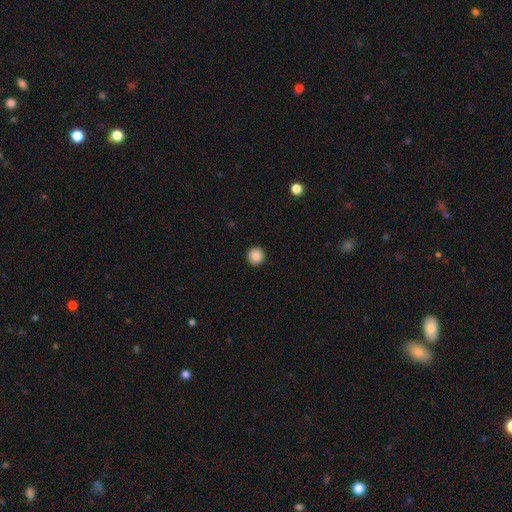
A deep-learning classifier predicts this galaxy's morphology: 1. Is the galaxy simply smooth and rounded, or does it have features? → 88% smooth, 9% star or artifact, 2% featured or disk.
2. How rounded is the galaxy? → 96% round, 3% in between, 1% cigar-shaped.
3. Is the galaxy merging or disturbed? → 93% none, 4% minor disturbance, 2% major disturbance, 1% merger.